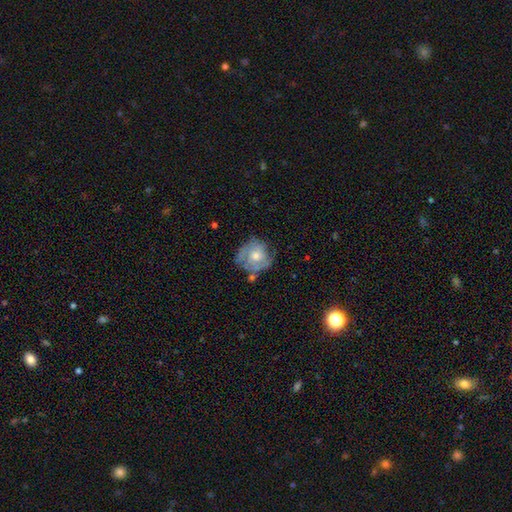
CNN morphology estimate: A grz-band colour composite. It shows a featured or disk galaxy (66%) with no bar (81%), spiral arms (77%) and a moderate central bulge (65%). Merging: none (63%).